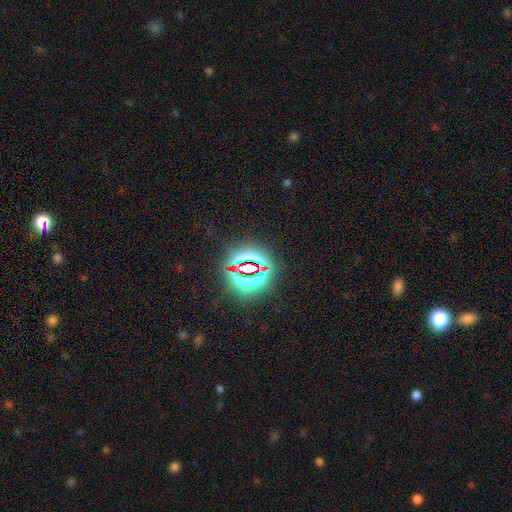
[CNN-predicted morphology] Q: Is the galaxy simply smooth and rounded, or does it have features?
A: star or artifact — 80%.